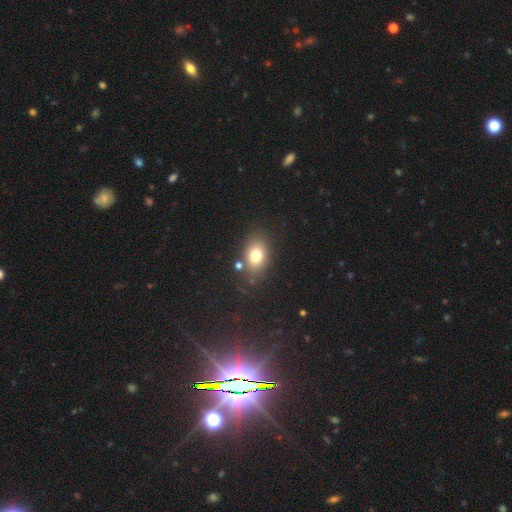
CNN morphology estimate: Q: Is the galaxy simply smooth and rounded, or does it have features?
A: smooth — 76%.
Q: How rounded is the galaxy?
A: in between — 69%.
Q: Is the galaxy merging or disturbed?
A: none — 75%.